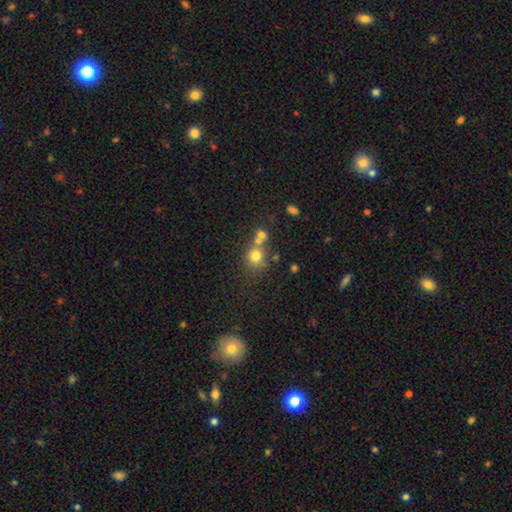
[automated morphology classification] Smooth or featured: smooth — 73% (star or artifact — 15%)
How rounded: round — 82% (in between — 17%)
Merging: none — 55% (merger — 31%)